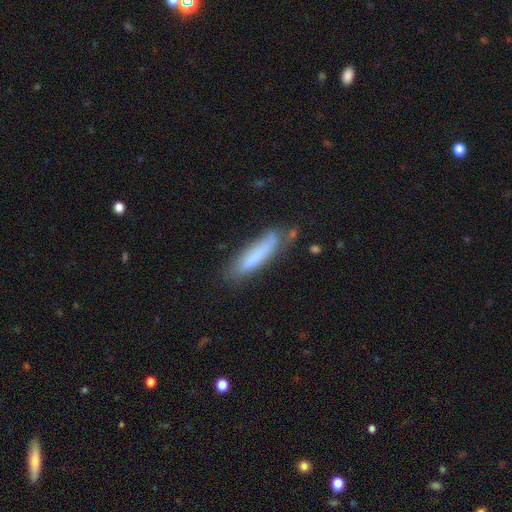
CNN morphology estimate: Smooth or featured: smooth — 76% (featured or disk — 17%)
How rounded: cigar-shaped — 80% (in between — 19%)
Merging: none — 67% (minor disturbance — 22%)